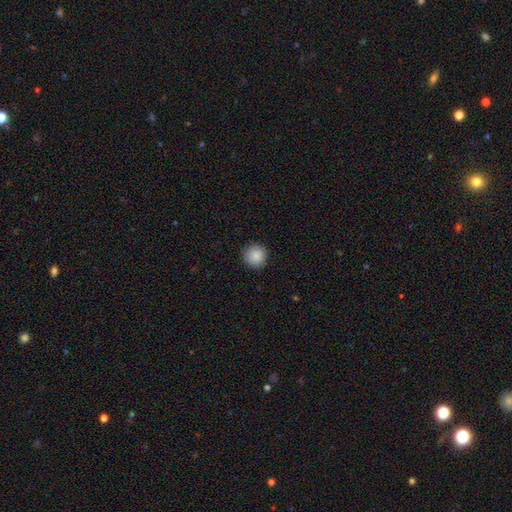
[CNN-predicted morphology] This is clearly a smooth galaxy (88%). How rounded: clearly round (94%). Merging: clearly none (90%).